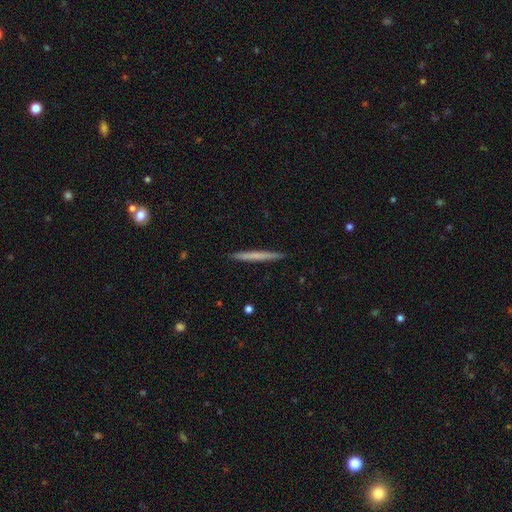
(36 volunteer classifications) Smooth or featured: smooth — 53% (featured or disk — 47%)
How rounded: cigar-shaped — 95% (in between — 5%)
Merging: none — 86% (minor disturbance — 11%)